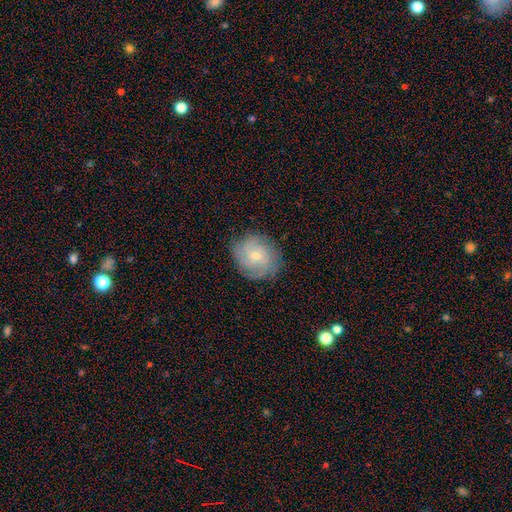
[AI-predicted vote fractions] Smooth or featured? featured or disk (63%)
Edge-on disk? no (97%)
Bar? no (70%)
Spiral arms? yes (89%)
Spiral winding? tight (54%)
Spiral arm count? can't tell (36%)
Bulge size? small (64%)
Merging? none (80%)